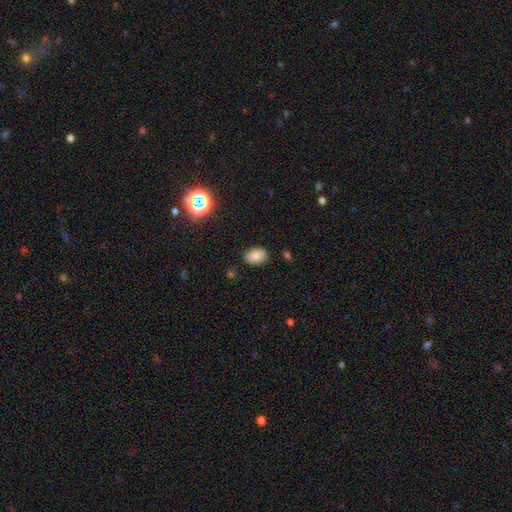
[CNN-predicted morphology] Smooth or featured? Predicted: smooth (p=0.83). How rounded? Predicted: in between (p=0.82). Merging? Predicted: none (p=0.85).